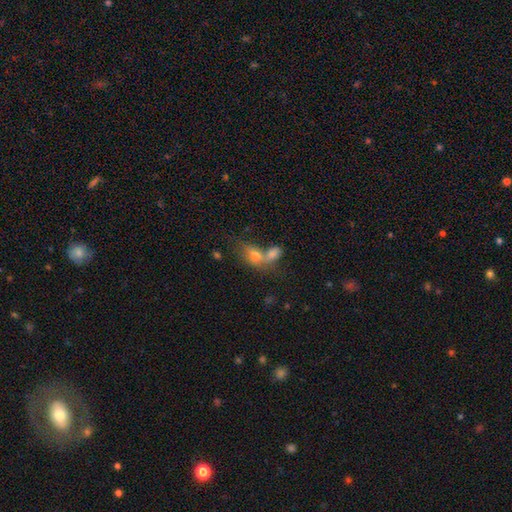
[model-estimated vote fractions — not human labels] Smooth or featured?
  - smooth: 72% *
  - featured or disk: 17%
  - star or artifact: 11%
How rounded?
  - in between: 79% *
  - round: 16%
  - cigar-shaped: 4%
Merging?
  - merger: 63% *
  - none: 22%
  - minor disturbance: 9%
  - major disturbance: 6%